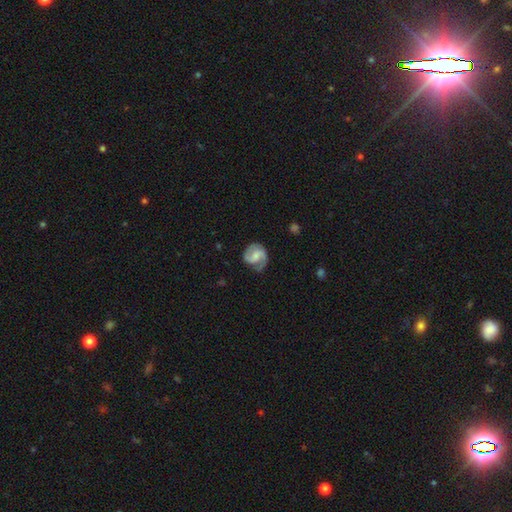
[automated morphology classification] A featured or disk galaxy (79%) with a weak bar (50%), 2 (83%) medium (50%) spiral arms (96%) and a small central bulge (45%). Merging: none (68%).